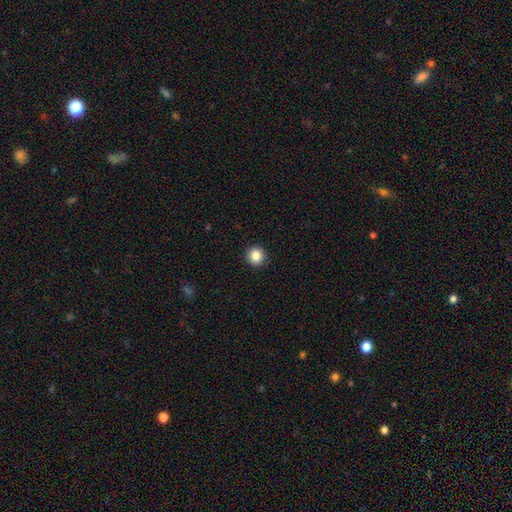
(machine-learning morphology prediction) This is clearly a smooth galaxy (86%). How rounded: clearly round (93%). Merging: clearly none (93%).